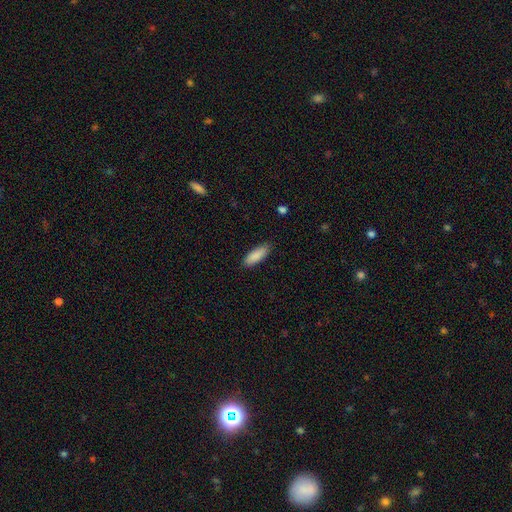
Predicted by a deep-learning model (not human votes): Smooth or featured? Predicted: smooth (p=0.88). How rounded? Predicted: in between (p=0.65). Merging? Predicted: none (p=0.86).